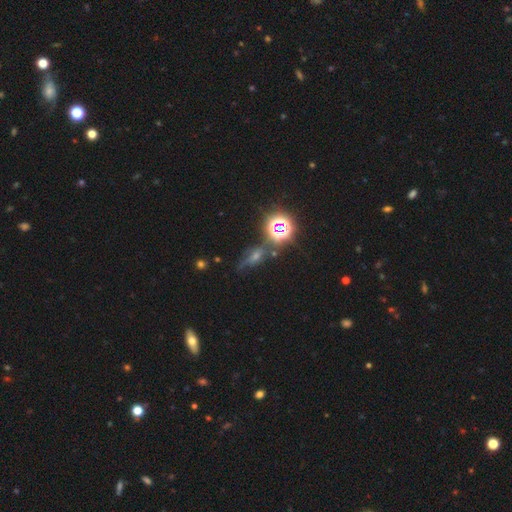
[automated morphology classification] smooth-or-featured: star or artifact: 49% | smooth: 27% | featured or disk: 23%